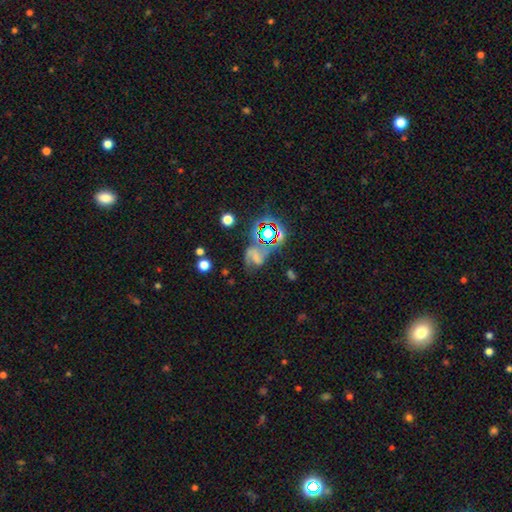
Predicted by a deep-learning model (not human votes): This appears to be a featured or disk galaxy (48%). Merging: none (42%).